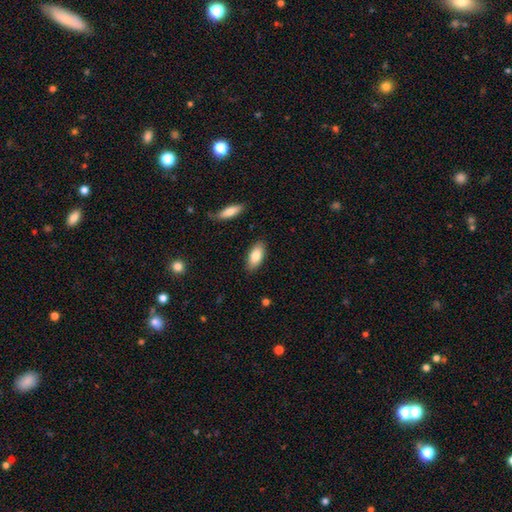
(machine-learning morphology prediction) type=smooth (82%); roundness=in between (88%); merging=none (87%).